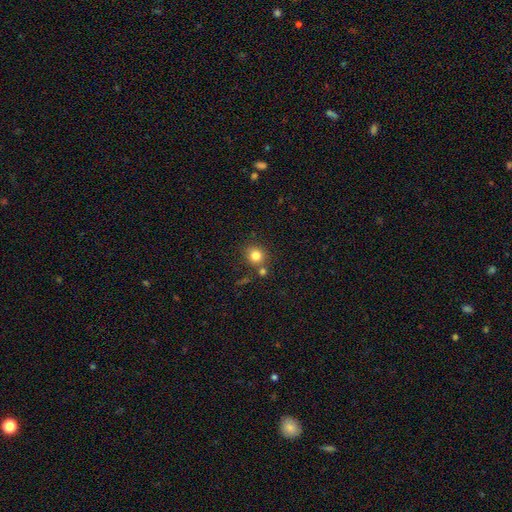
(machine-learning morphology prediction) smooth_or_featured: smooth (p=0.82) [alt: star or artifact p=0.12]
how_rounded: round (p=0.86) [alt: in between p=0.13]
merging: none (p=0.72) [alt: merger p=0.15]